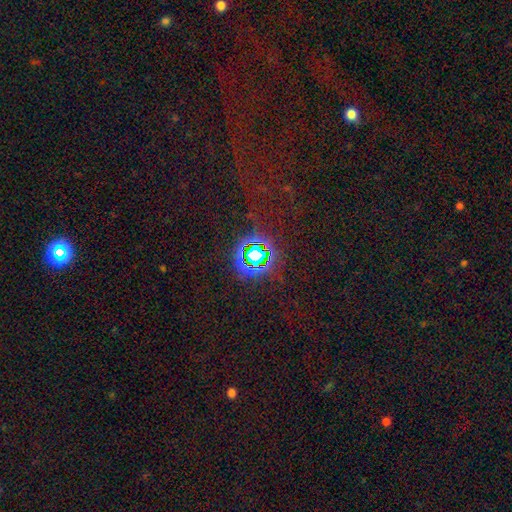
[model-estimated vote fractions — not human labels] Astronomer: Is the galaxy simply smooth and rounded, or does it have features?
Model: star or artifact — 79%.